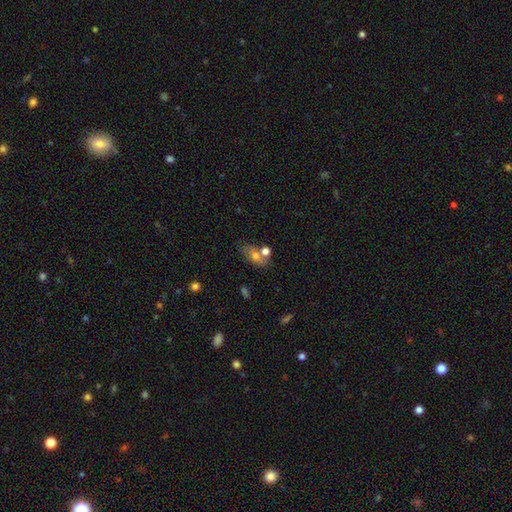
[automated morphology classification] Q: Smooth or featured?
A: smooth (63%); runner-up: featured or disk (26%)
Q: How rounded?
A: in between (81%); runner-up: round (14%)
Q: Merging?
A: none (49%); runner-up: merger (29%)